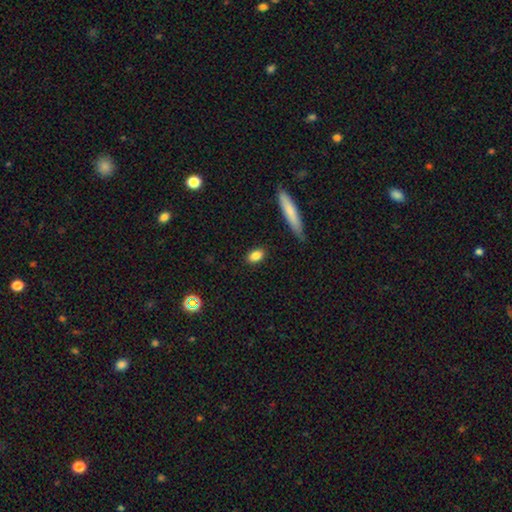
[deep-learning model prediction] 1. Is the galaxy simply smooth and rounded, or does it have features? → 84% smooth, 9% star or artifact, 7% featured or disk.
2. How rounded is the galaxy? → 82% in between, 12% round, 6% cigar-shaped.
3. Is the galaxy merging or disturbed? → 86% none, 10% minor disturbance, 2% major disturbance, 2% merger.